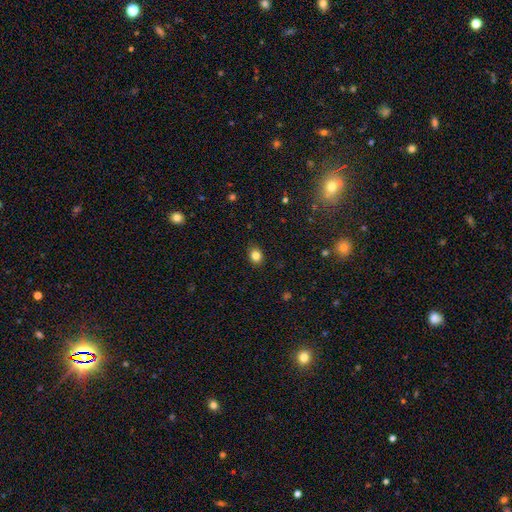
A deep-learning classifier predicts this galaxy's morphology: Smooth or featured? Predicted: smooth (p=0.84). How rounded? Predicted: round (p=0.56). Merging? Predicted: none (p=0.88).